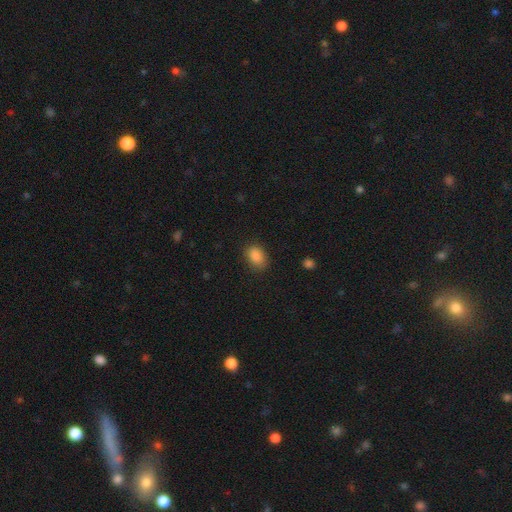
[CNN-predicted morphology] A smooth galaxy with no disk features (87%) that is in between round and cigar-shaped (78%).

Vote fractions:
- Smooth or featured? smooth: 87% / star or artifact: 9% / featured or disk: 4%
- How rounded? in between: 78% / round: 21% / cigar-shaped: 1%
- Merging? none: 81% / minor disturbance: 14% / major disturbance: 4% / merger: 1%